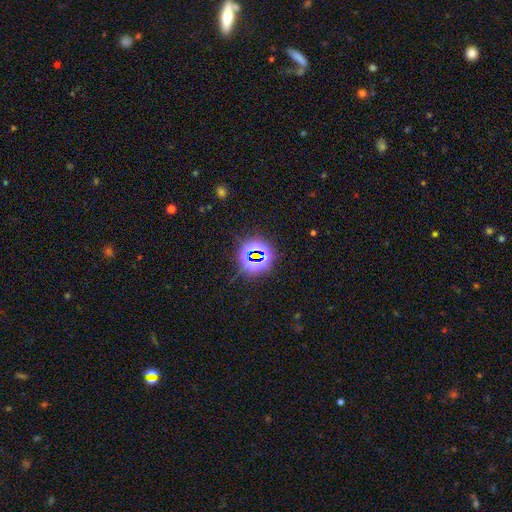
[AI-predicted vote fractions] smooth-or-featured: star or artifact: 76% | smooth: 16% | featured or disk: 9%